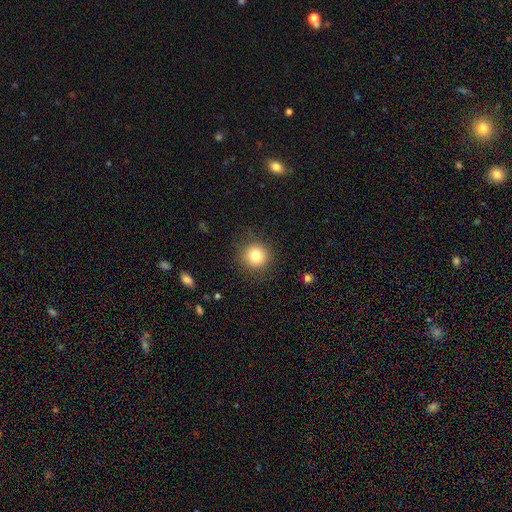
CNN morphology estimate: A smooth galaxy with no disk features (80%) that is round (92%).

Vote fractions:
- Smooth or featured? smooth: 80% / star or artifact: 11% / featured or disk: 9%
- How rounded? round: 92% / in between: 7% / cigar-shaped: 1%
- Merging? none: 88% / minor disturbance: 8% / major disturbance: 3% / merger: 1%